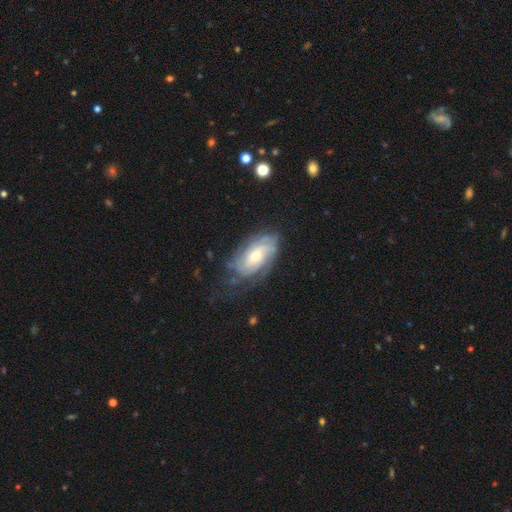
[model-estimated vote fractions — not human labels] smooth-or-featured: featured or disk: 76% | smooth: 18% | star or artifact: 7%
  disk-edge-on: no: 94% | yes: 6%
    bar: no: 64% | weak: 30% | strong: 6%
    has-spiral-arms: yes: 92% | no: 8%
      spiral-winding: tight: 60% | medium: 30% | loose: 10%
      spiral-arm-count: can't tell: 47% | 2: 20% | 3: 14% | 4: 9% | more than 4: 5% | 1: 5%
    bulge-size: moderate: 52% | small: 37% | large: 7% | none: 2% | dominant: 1%
  merging: none: 63% | minor disturbance: 23% | major disturbance: 13% | merger: 2%